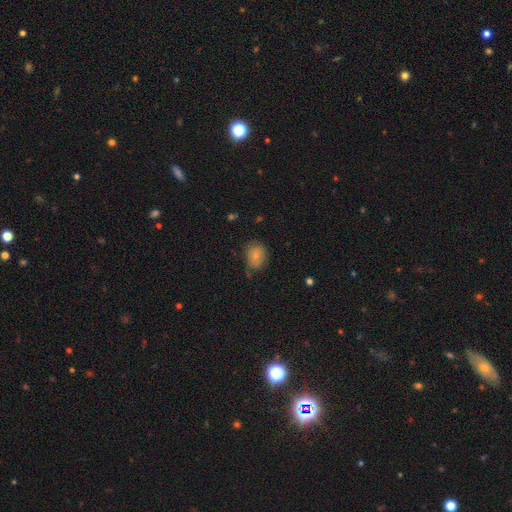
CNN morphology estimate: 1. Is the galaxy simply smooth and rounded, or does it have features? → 70% smooth, 21% featured or disk, 9% star or artifact.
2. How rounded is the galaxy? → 59% in between, 40% round, 1% cigar-shaped.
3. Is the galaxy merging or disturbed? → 63% none, 28% minor disturbance, 7% major disturbance, 2% merger.